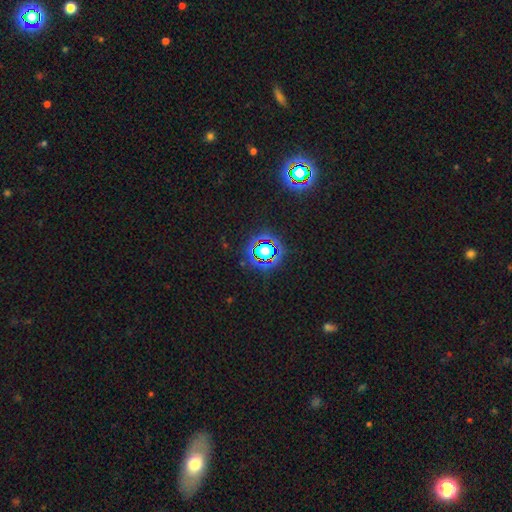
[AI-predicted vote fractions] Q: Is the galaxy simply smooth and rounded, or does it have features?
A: star or artifact — 78%.